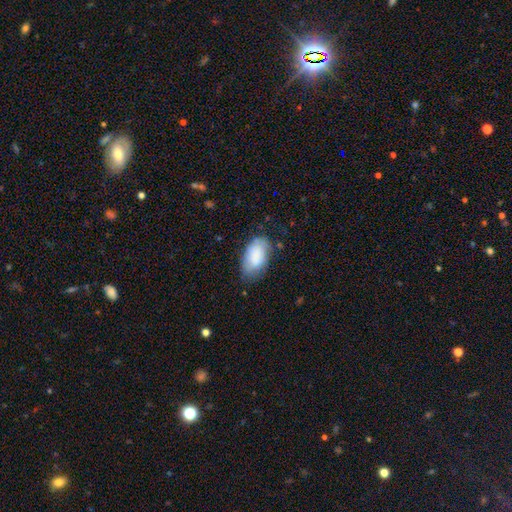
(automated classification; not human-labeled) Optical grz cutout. It shows a smooth galaxy with no disk features (83%) that is in between round and cigar-shaped (95%). Merging: none (65%).